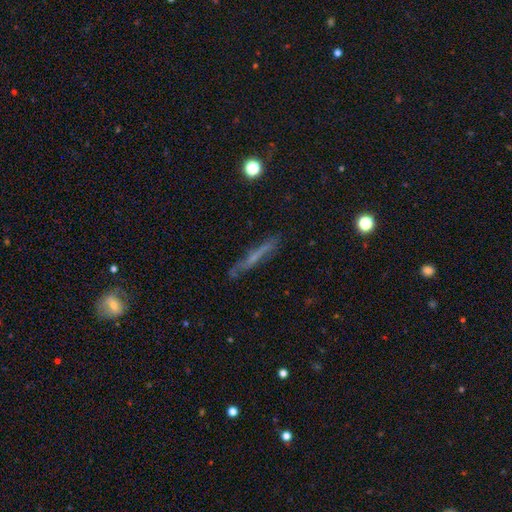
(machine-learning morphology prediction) A featured or disk galaxy (52%) viewed edge-on (84%). Merging: none (77%).